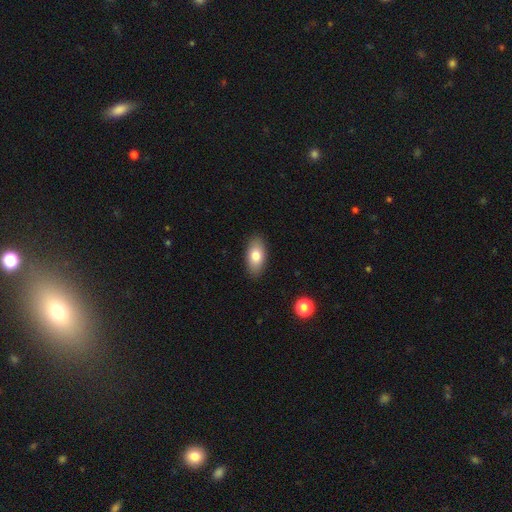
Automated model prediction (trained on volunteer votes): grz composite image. It shows a smooth galaxy with no disk features (78%) that is in between round and cigar-shaped (91%). Merging: none (89%).